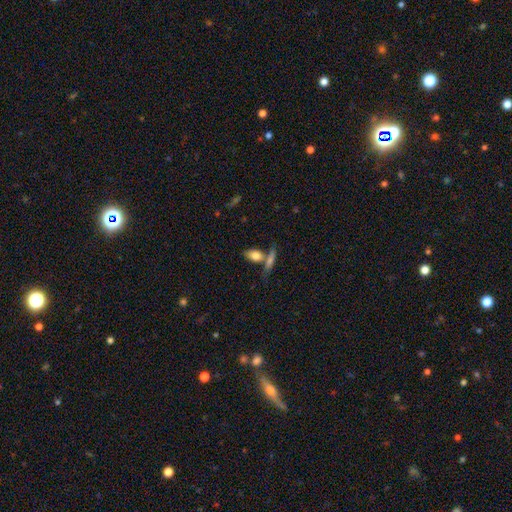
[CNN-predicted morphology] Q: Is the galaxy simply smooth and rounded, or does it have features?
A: smooth — 77%.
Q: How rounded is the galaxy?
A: in between — 78%.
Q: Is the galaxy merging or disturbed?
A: none — 44%.